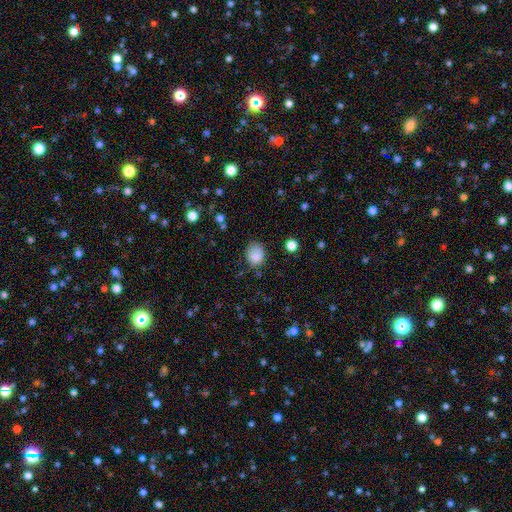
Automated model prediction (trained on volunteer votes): smooth-or-featured: smooth: 84% | star or artifact: 10% | featured or disk: 6%
  how-rounded: round: 59% | in between: 41% | cigar-shaped: 1%
  merging: none: 66% | minor disturbance: 24% | major disturbance: 7% | merger: 3%